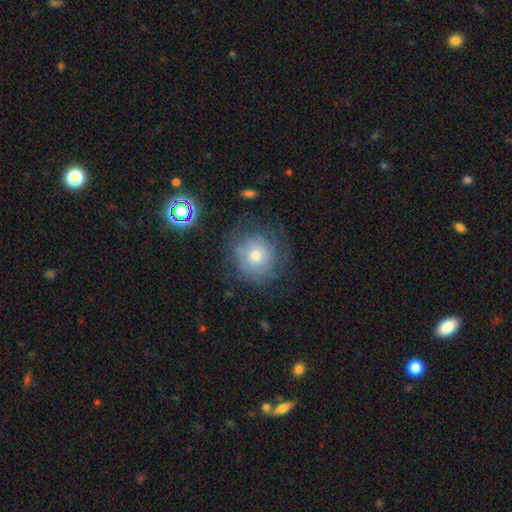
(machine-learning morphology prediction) Overall: featured or disk (55%; smooth 32%). Edge-on disk: no (97%). Bar: no (84%). Spiral arms: yes (79%). Bulge size: moderate (58%; small 32%). Merging: none (67%).